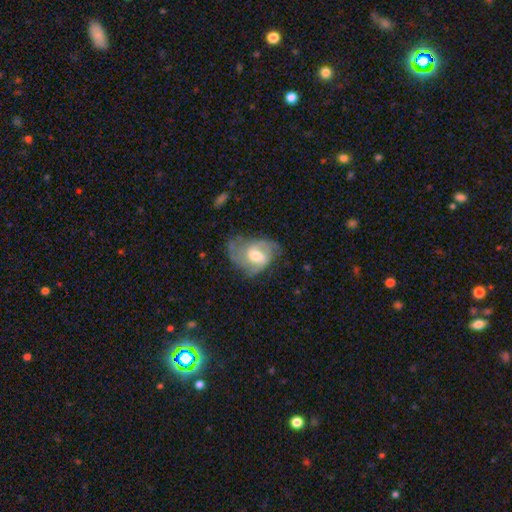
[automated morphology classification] A featured or disk galaxy (70%) with a weak bar (45%), 2 (47%) medium (46%) spiral arms (86%) and a moderate central bulge (62%). Merging: none (45%).